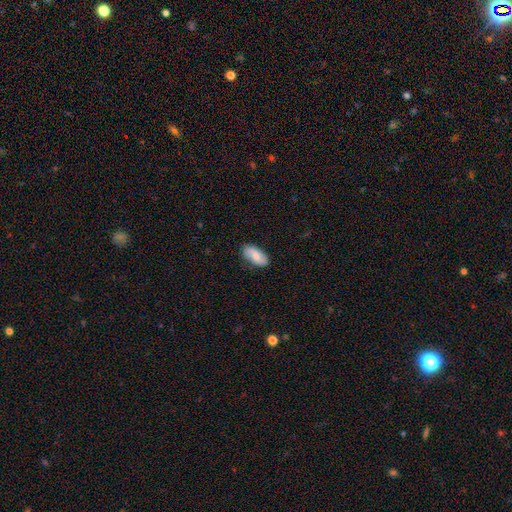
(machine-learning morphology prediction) Smooth or featured? Predicted: smooth (p=0.63). How rounded? Predicted: in between (p=0.92). Merging? Predicted: none (p=0.78).